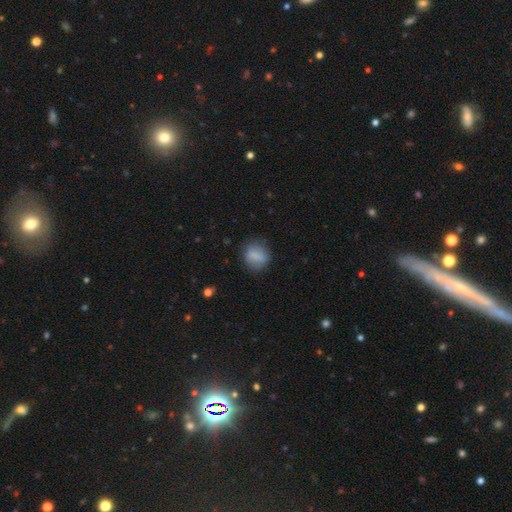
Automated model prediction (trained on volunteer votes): Smooth or featured?
  - smooth: 77% *
  - featured or disk: 15%
  - star or artifact: 8%
How rounded?
  - round: 58% *
  - in between: 39%
  - cigar-shaped: 3%
Merging?
  - none: 77% *
  - minor disturbance: 16%
  - major disturbance: 6%
  - merger: 2%